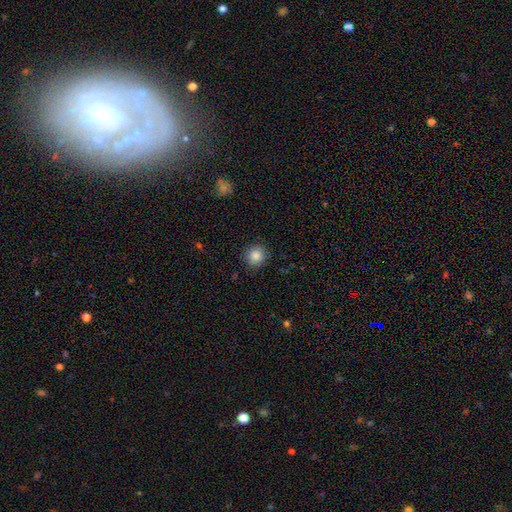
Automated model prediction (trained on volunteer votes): Smooth or featured? smooth (86%)
How rounded? round (88%)
Merging? none (88%)